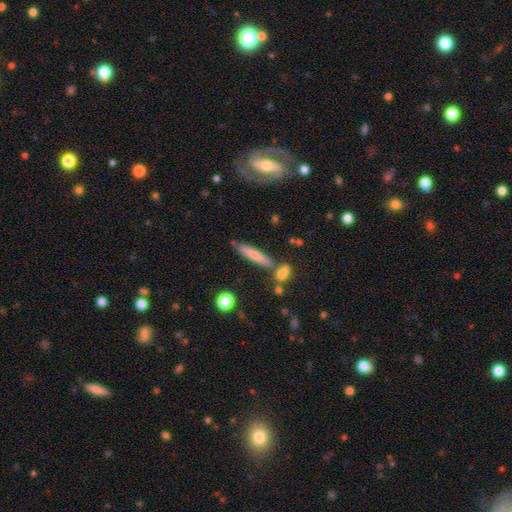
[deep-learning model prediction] smooth 72%, featured or disk 21%, star or artifact 7%. Down the decision tree: how rounded — cigar-shaped (87%); merging — none (72%).